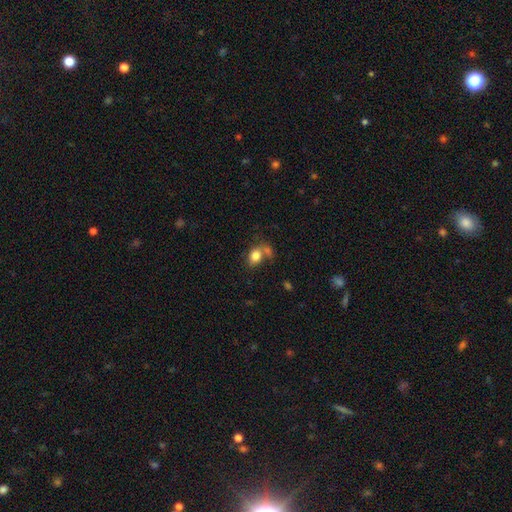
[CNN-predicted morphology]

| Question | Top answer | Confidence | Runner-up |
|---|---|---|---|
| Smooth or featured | smooth | 81% | featured or disk (10%) |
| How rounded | in between | 65% | round (34%) |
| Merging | none | 46% | merger (29%) |